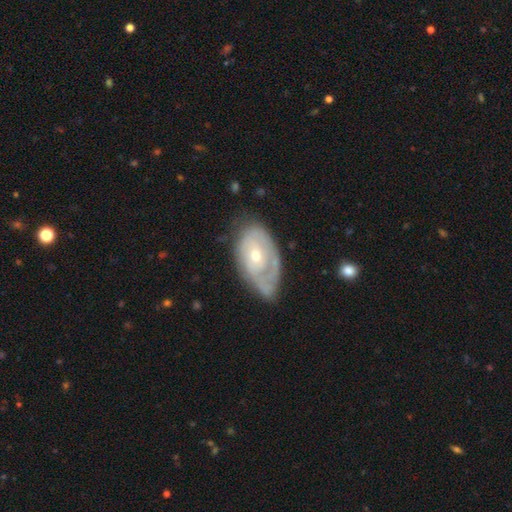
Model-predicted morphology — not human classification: featured or disk 66%, smooth 28%, star or artifact 6%. Down the decision tree: edge-on disk — no (93%); bar — no (78%); spiral arms — yes (62%); bulge size — moderate (48%, tied with small); merging — none (49%).